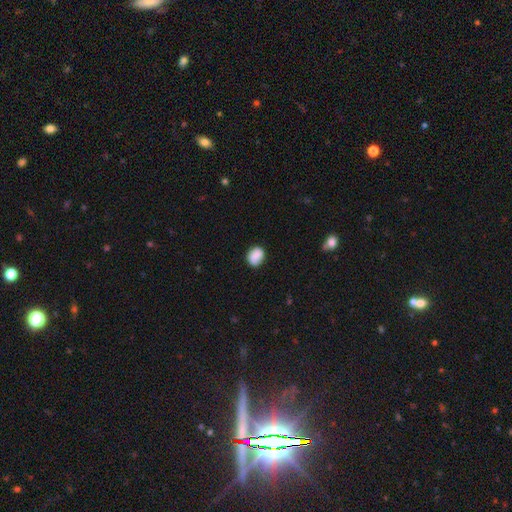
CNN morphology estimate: The model was most divided on "how rounded": in between: 53%, round: 46%, cigar-shaped: 1%. More confident: smooth or featured — smooth (80%); merging — none (76%).